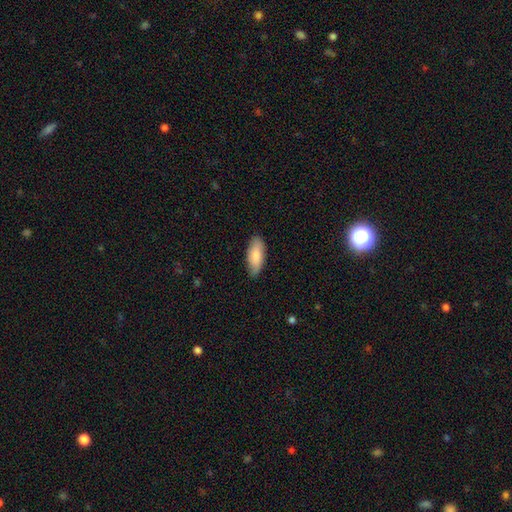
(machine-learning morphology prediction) Overall: smooth (83%). How rounded: in between (84%). Merging: none (82%).